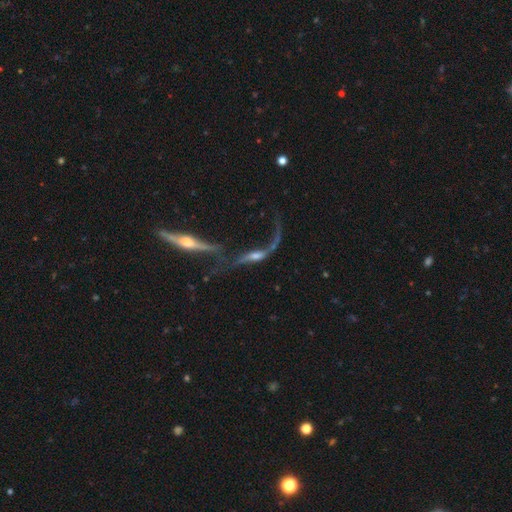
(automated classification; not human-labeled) The model was most divided on "merging": merger: 39%, major disturbance: 28%, none: 22%, minor disturbance: 11%. More confident: smooth or featured — featured or disk (71%); edge-on disk — no (60%).